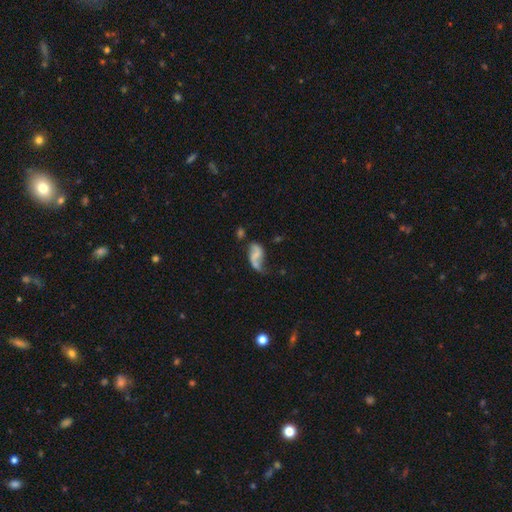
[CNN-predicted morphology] Smooth or featured?
  - featured or disk: 64% *
  - smooth: 27%
  - star or artifact: 9%
Edge-on disk?
  - no: 97% *
  - yes: 3%
Bar?
  - no: 51% *
  - weak: 35%
  - strong: 14%
Spiral arms?
  - yes: 82% *
  - no: 18%
Spiral winding?
  - loose: 78% *
  - medium: 17%
  - tight: 5%
Spiral arm count?
  - 2: 77% *
  - 1: 16%
  - can't tell: 4%
  - 3: 1%
  - 4: 1%
  - more than 4: 1%
Bulge size?
  - none: 49% *
  - small: 35%
  - moderate: 12%
  - large: 2%
  - dominant: 1%
Merging?
  - none: 37% *
  - minor disturbance: 25%
  - major disturbance: 24%
  - merger: 14%